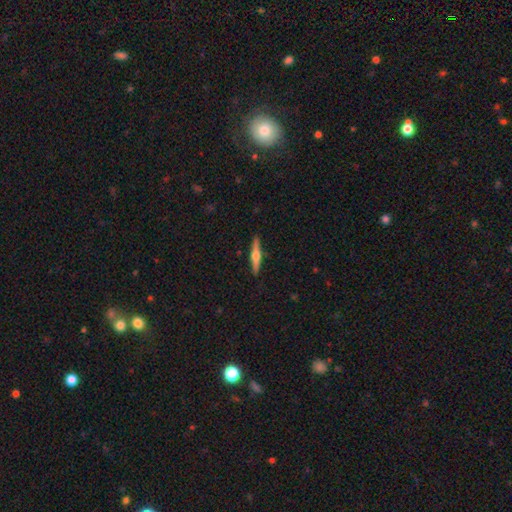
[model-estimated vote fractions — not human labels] Smooth or featured? Predicted: featured or disk (p=0.66). Edge-on disk? Predicted: yes (p=0.98). Edge-on bulge? Predicted: rounded (p=0.87). Merging? Predicted: none (p=0.90).